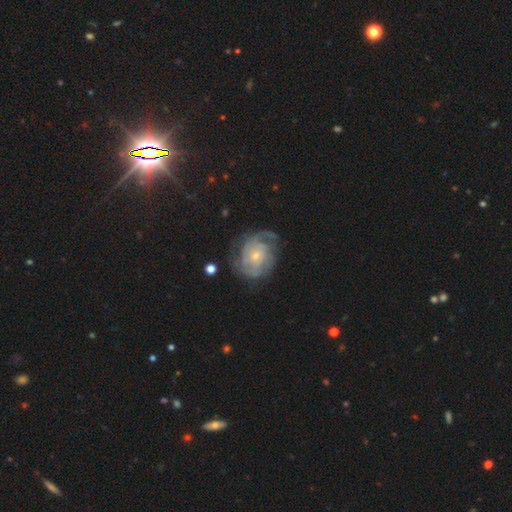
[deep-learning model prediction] Smooth or featured: featured or disk — 83% (smooth — 11%)
Edge-on disk: no — 98% (yes — 2%)
Bar: no — 74% (weak — 23%)
Spiral arms: yes — 94% (no — 6%)
Spiral winding: tight — 58% (medium — 33%)
Spiral arm count: can't tell — 32% (2 — 26%)
Bulge size: small — 72% (moderate — 23%)
Merging: none — 67% (minor disturbance — 19%)